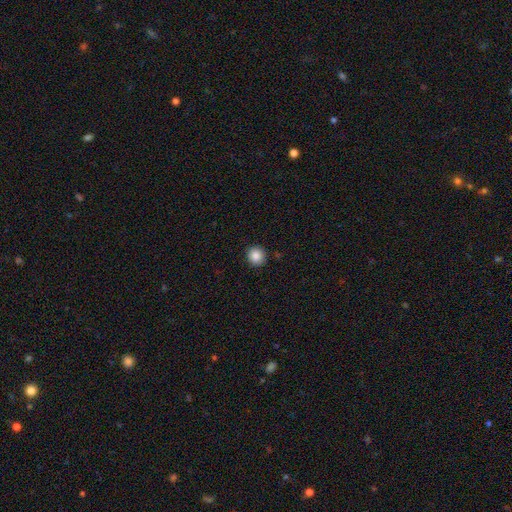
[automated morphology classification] Smooth or featured? smooth (87%)
How rounded? round (91%)
Merging? none (91%)